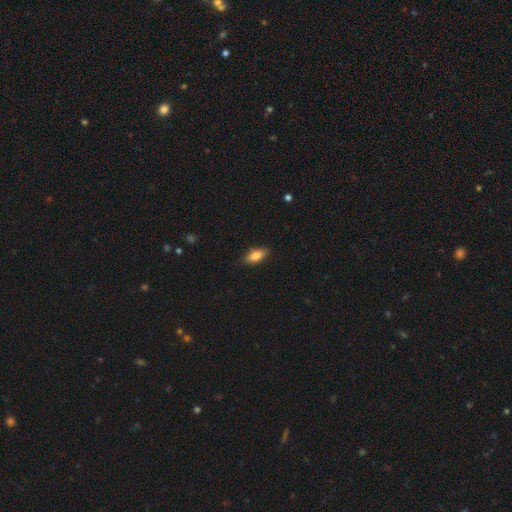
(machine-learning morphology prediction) Q: Smooth or featured?
A: smooth (84%); runner-up: featured or disk (9%)
Q: How rounded?
A: in between (82%); runner-up: cigar-shaped (15%)
Q: Merging?
A: none (85%); runner-up: minor disturbance (12%)